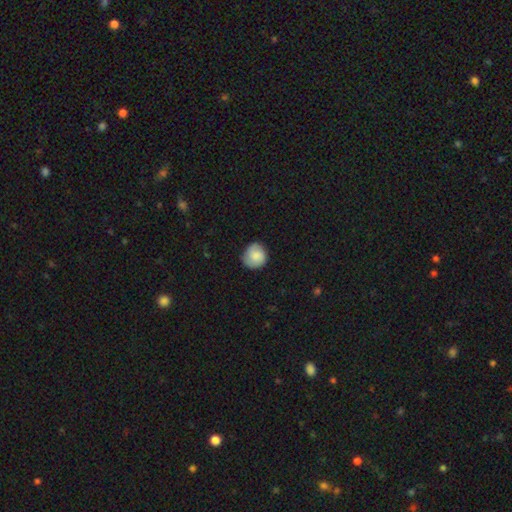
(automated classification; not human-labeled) This appears to be a smooth galaxy with no disk features (77%) that is round (88%). Merging: none (78%).